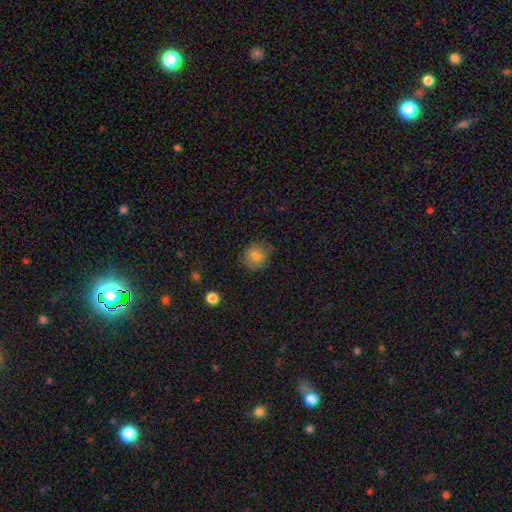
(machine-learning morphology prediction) Smooth or featured: smooth — 81% (featured or disk — 10%)
How rounded: round — 80% (in between — 19%)
Merging: none — 75% (minor disturbance — 19%)